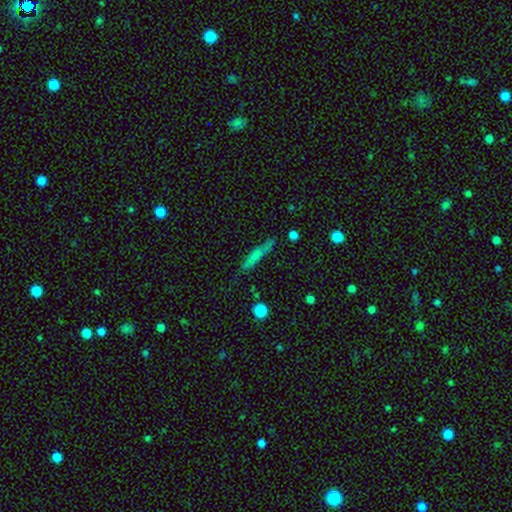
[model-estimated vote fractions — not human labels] The model was most divided on "smooth or featured": smooth: 62%, featured or disk: 28%, star or artifact: 10%. More confident: how rounded — cigar-shaped (90%); merging — none (77%).